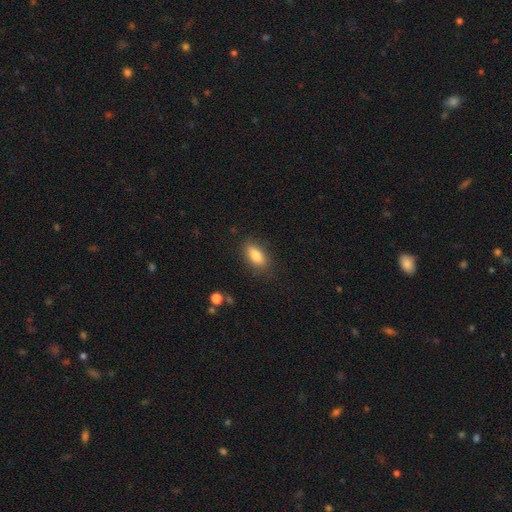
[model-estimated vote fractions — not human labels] A smooth galaxy with no disk features (82%) that is in between round and cigar-shaped (82%). Merging: none (84%).